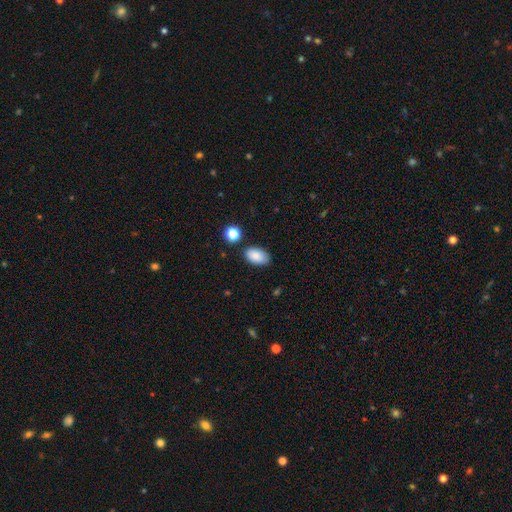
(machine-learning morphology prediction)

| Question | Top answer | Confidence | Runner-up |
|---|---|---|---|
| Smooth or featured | smooth | 87% | star or artifact (8%) |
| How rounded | in between | 93% | round (6%) |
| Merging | none | 81% | minor disturbance (13%) |